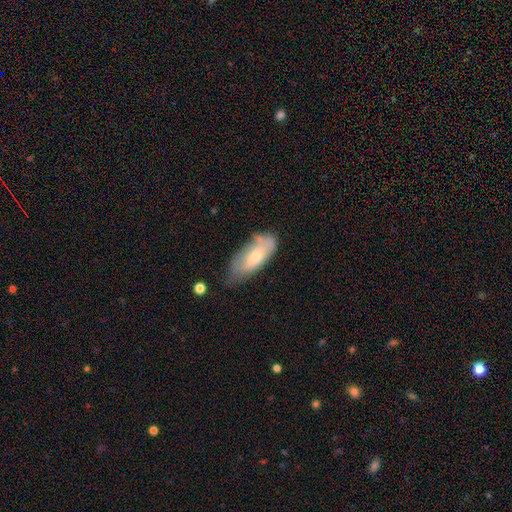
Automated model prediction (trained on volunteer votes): This appears to be a smooth galaxy with no disk features (61%) that is in between round and cigar-shaped (85%). Merging: none (43%).